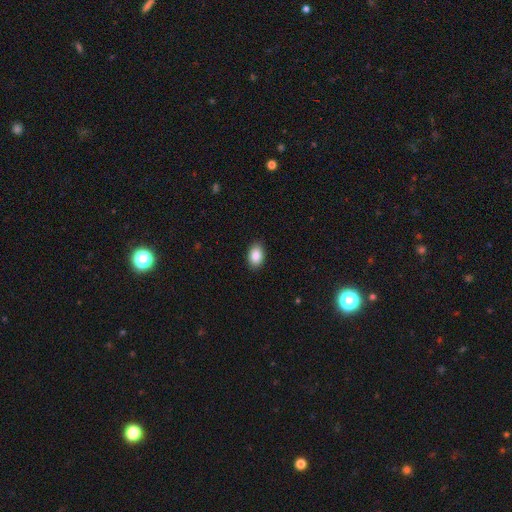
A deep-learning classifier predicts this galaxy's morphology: smooth_or_featured: smooth (p=0.88) [alt: star or artifact p=0.08]
how_rounded: in between (p=0.85) [alt: round p=0.13]
merging: none (p=0.89) [alt: minor disturbance p=0.08]